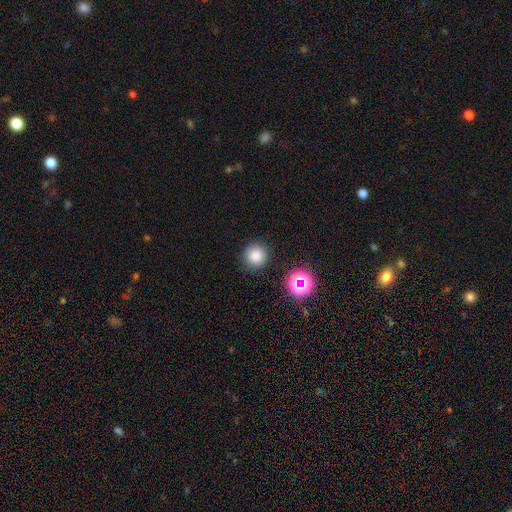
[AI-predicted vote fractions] Q: Smooth or featured?
A: smooth (80%); runner-up: star or artifact (15%)
Q: How rounded?
A: round (94%); runner-up: in between (5%)
Q: Merging?
A: none (88%); runner-up: minor disturbance (7%)